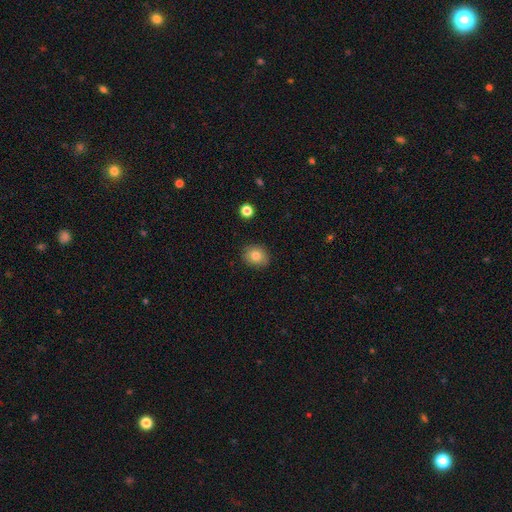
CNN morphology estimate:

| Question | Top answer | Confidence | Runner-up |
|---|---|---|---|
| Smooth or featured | smooth | 81% | star or artifact (10%) |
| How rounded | round | 63% | in between (36%) |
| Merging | none | 84% | minor disturbance (12%) |